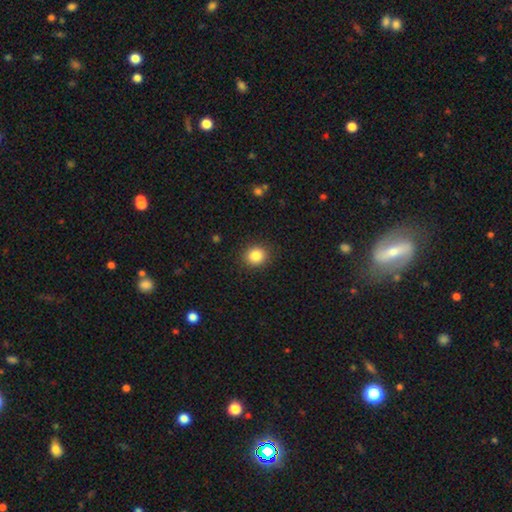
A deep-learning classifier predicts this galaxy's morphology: type=smooth (85%); roundness=round (81%); merging=none (90%).